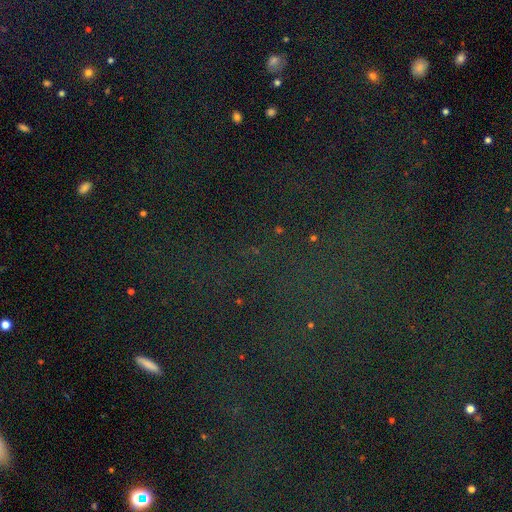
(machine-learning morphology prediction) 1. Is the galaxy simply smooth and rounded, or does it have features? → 81% star or artifact, 11% smooth, 8% featured or disk.